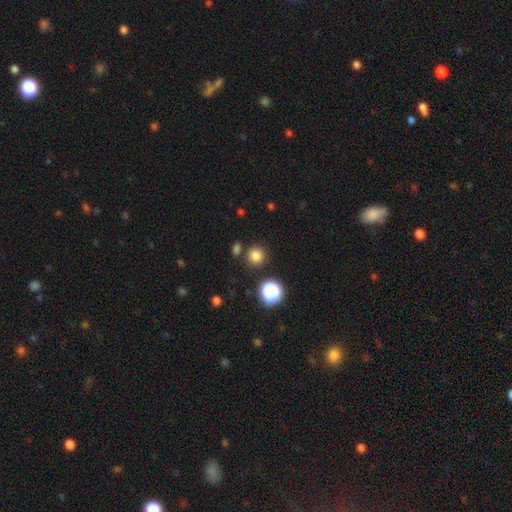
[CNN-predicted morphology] The model was most divided on "smooth or featured": smooth: 80%, star or artifact: 16%, featured or disk: 4%. More confident: how rounded — round (93%); merging — none (85%).